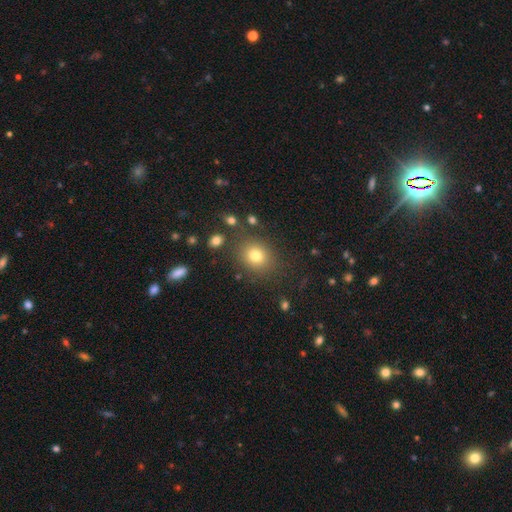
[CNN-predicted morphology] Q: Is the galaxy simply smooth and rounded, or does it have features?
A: smooth — 77%.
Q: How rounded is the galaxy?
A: round — 66%.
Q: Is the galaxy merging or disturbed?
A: none — 81%.